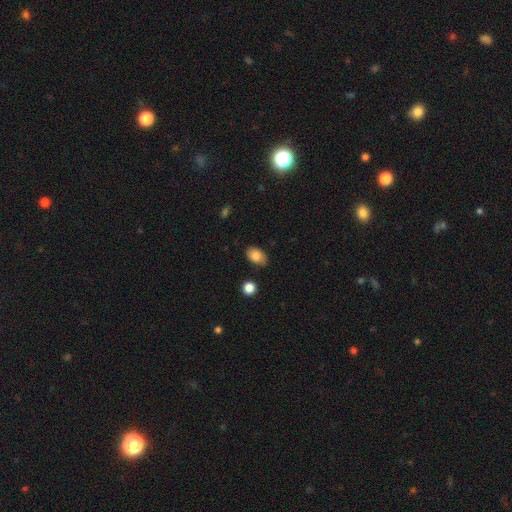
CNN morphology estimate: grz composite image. It shows a smooth galaxy with no disk features (84%) that is in between round and cigar-shaped (86%). Merging: none (81%).